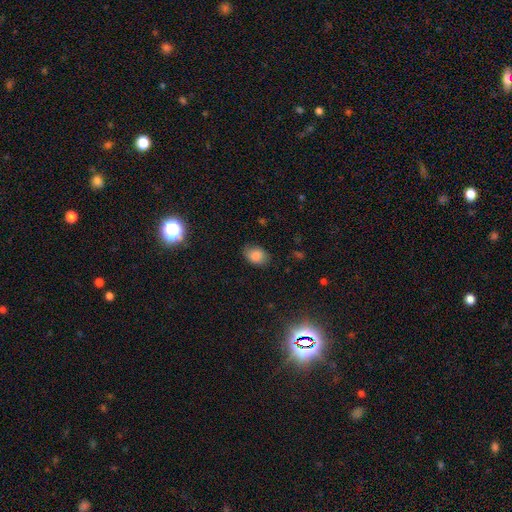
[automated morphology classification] smooth 81%, star or artifact 10%, featured or disk 9%. Down the decision tree: how rounded — in between (77%); merging — none (79%).